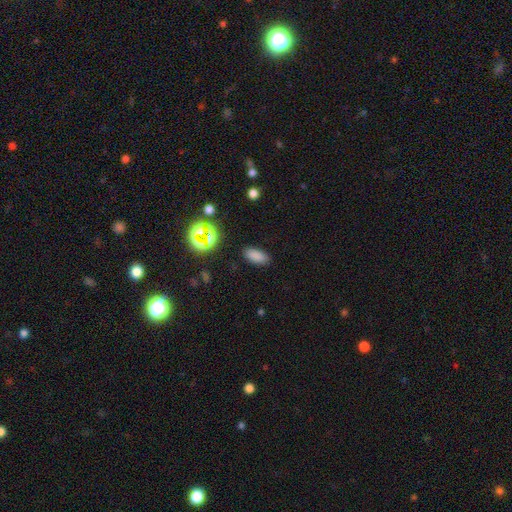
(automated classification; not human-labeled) A smooth galaxy with no disk features (78%) that is in between round and cigar-shaped (87%).

Vote fractions:
- Smooth or featured? smooth: 78% / star or artifact: 17% / featured or disk: 5%
- How rounded? in between: 87% / cigar-shaped: 9% / round: 4%
- Merging? none: 87% / minor disturbance: 8% / major disturbance: 3% / merger: 2%